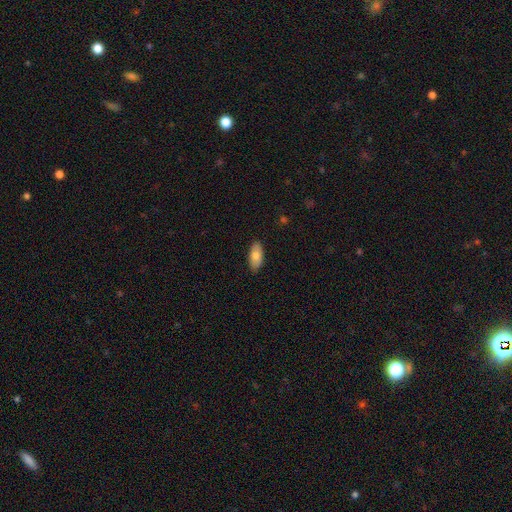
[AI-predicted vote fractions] Smooth or featured?
  - smooth: 78% *
  - featured or disk: 16%
  - star or artifact: 6%
How rounded?
  - in between: 90% *
  - cigar-shaped: 8%
  - round: 2%
Merging?
  - none: 87% *
  - minor disturbance: 10%
  - major disturbance: 2%
  - merger: 1%